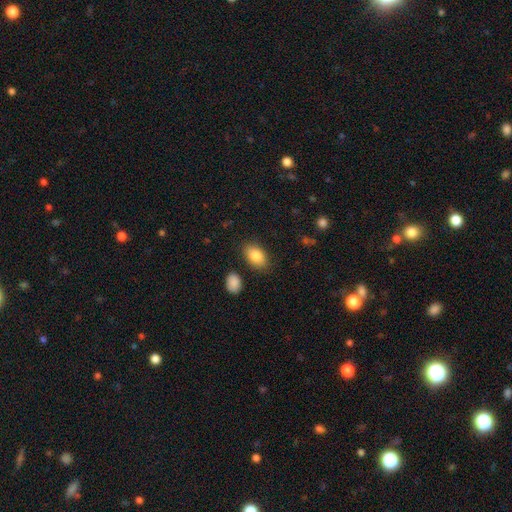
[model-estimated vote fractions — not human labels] smooth_or_featured: smooth (p=0.86) [alt: featured or disk p=0.07]
how_rounded: in between (p=0.90) [alt: round p=0.08]
merging: none (p=0.84) [alt: minor disturbance p=0.10]